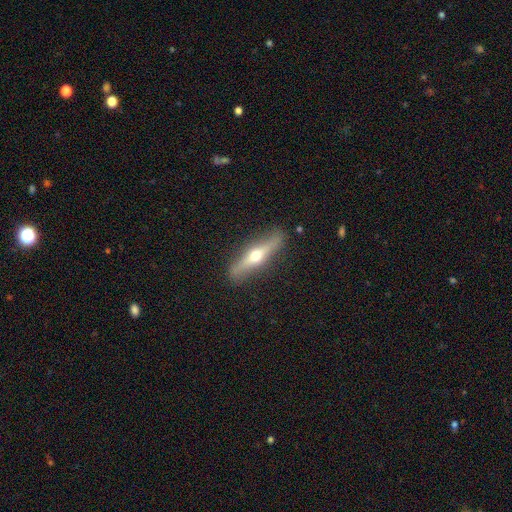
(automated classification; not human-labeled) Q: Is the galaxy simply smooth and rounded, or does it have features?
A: featured or disk — 66%.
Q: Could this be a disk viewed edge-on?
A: yes — 90%.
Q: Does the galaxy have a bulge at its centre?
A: rounded — 94%.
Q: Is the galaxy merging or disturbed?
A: none — 87%.